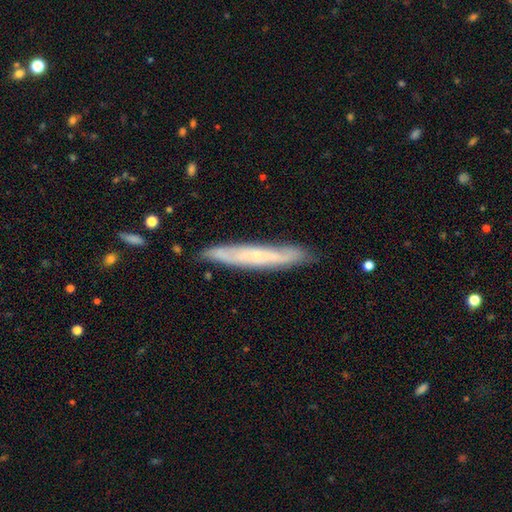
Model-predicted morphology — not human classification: Overall: featured or disk (54%; smooth 38%). Edge-on disk: yes (73%). Merging: none (85%).